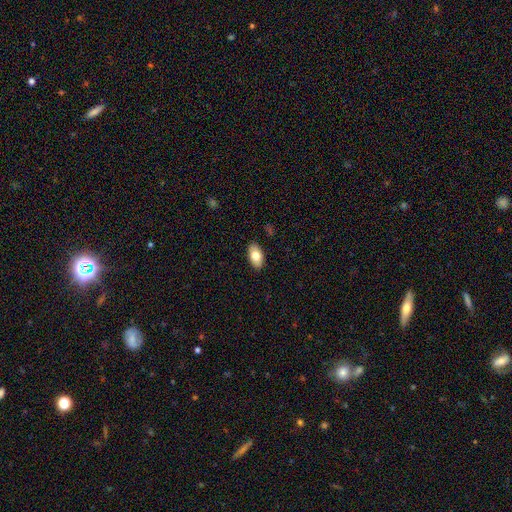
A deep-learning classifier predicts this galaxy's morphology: smooth 78%, featured or disk 16%, star or artifact 7%. Down the decision tree: how rounded — in between (94%); merging — none (89%).